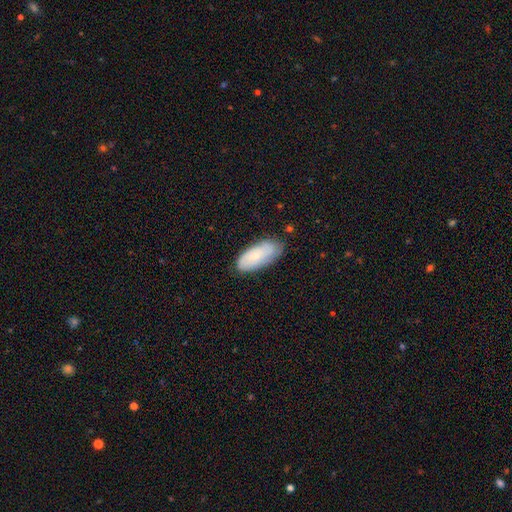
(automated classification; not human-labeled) smooth_or_featured: smooth (p=0.68) [alt: featured or disk p=0.26]
how_rounded: in between (p=0.85) [alt: cigar-shaped p=0.13]
merging: none (p=0.70) [alt: minor disturbance p=0.24]